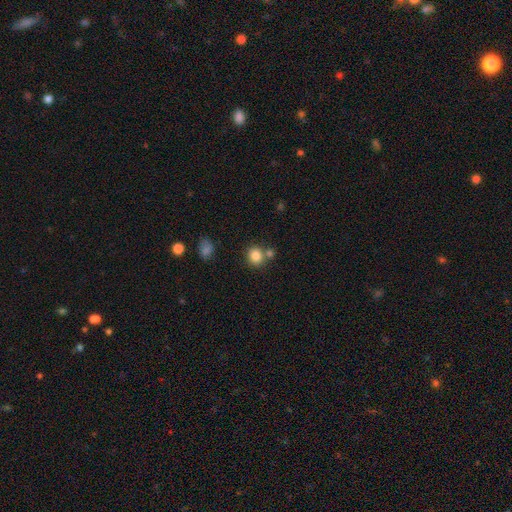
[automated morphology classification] type=smooth (84%); roundness=round (83%); merging=none (68%).